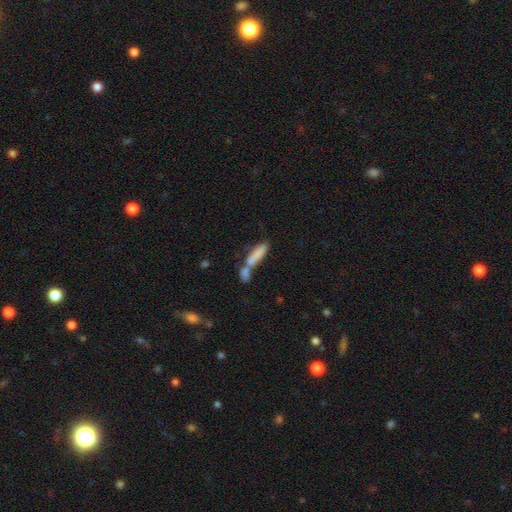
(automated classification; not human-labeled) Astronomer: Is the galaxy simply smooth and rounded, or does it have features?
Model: smooth — 79%.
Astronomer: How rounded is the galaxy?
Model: cigar-shaped — 61% (runner-up: in between, 36%).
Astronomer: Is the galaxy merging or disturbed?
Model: merger — 51% (runner-up: none, 32%).